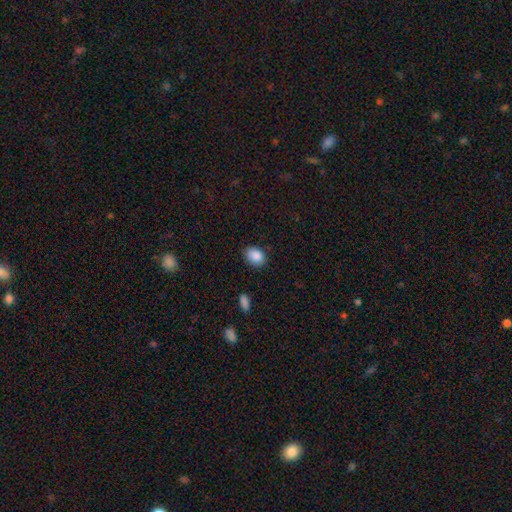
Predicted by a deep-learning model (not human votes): Q: Smooth or featured?
A: smooth (87%); runner-up: star or artifact (8%)
Q: How rounded?
A: in between (74%); runner-up: round (25%)
Q: Merging?
A: none (82%); runner-up: minor disturbance (14%)